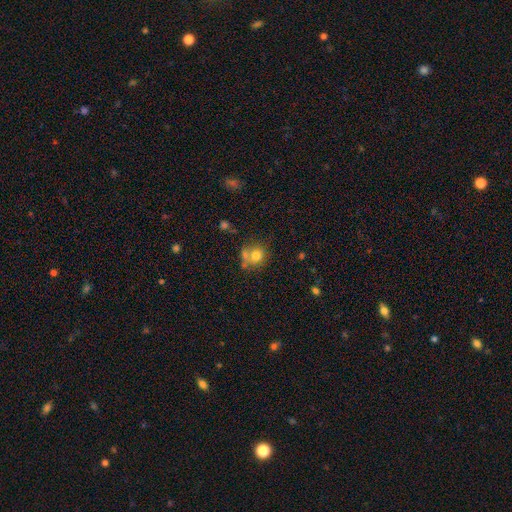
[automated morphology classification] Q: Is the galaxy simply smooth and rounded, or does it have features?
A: smooth — 75%.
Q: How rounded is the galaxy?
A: round — 78%.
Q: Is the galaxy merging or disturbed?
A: none — 48%.